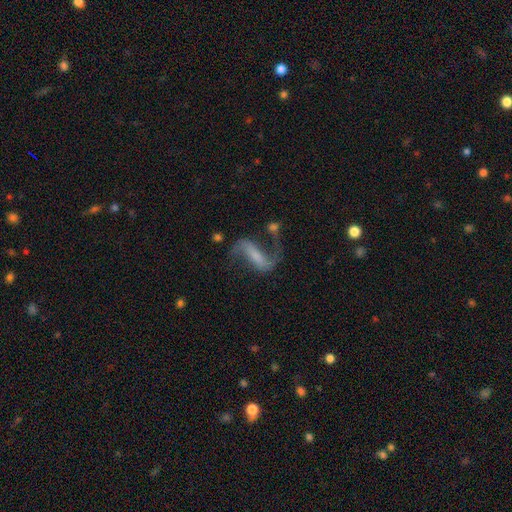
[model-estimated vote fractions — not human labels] Smooth or featured? Predicted: featured or disk (p=0.82). Edge-on disk? Predicted: no (p=0.94). Bar? Predicted: strong (p=0.51). Spiral arms? Predicted: yes (p=0.95). Spiral winding? Predicted: loose (p=0.80). Spiral arm count? Predicted: 2 (p=0.91). Bulge size? Predicted: none (p=0.37). Merging? Predicted: none (p=0.62).